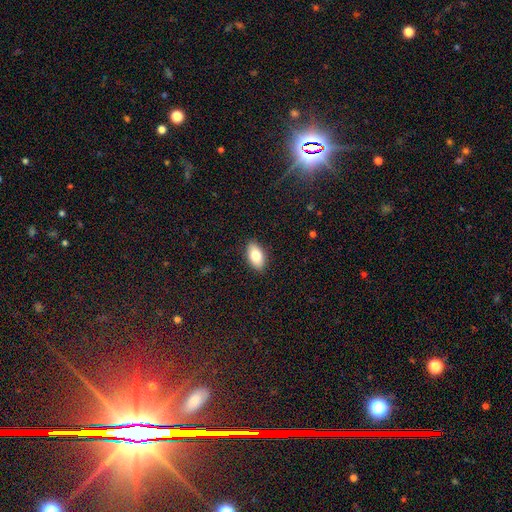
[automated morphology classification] smooth-or-featured: smooth: 79% | featured or disk: 14% | star or artifact: 7%
  how-rounded: in between: 93% | round: 4% | cigar-shaped: 3%
  merging: none: 89% | minor disturbance: 8% | major disturbance: 2% | merger: 1%